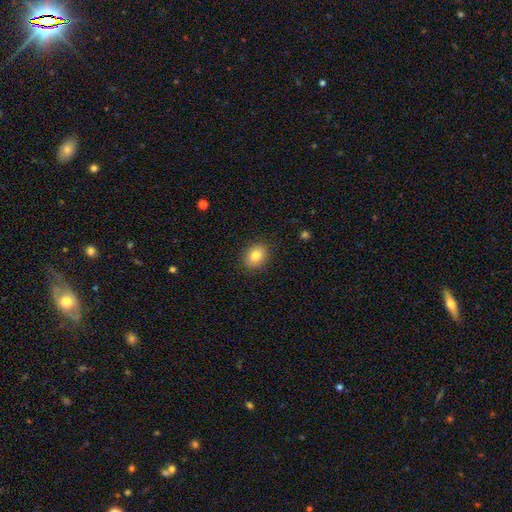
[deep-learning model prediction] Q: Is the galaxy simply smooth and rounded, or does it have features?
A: smooth — 82%.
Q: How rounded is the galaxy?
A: in between — 51%.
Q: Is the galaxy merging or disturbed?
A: none — 87%.